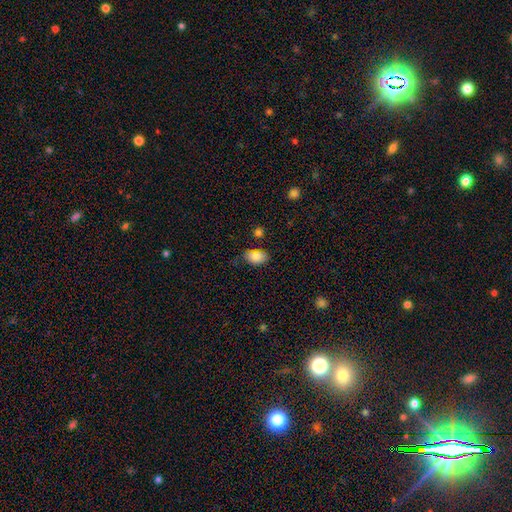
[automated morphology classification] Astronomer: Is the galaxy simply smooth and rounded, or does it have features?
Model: smooth — 86%.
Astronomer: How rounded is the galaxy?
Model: in between — 89%.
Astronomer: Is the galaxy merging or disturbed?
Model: none — 73%.